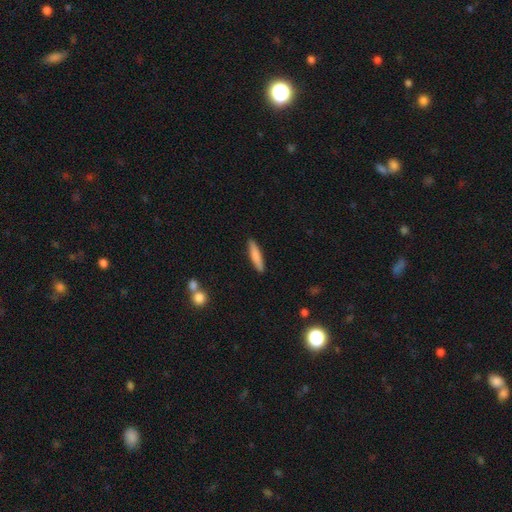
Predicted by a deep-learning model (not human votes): This appears to be a smooth galaxy with no disk features (79%) that is cigar-shaped (87%). Merging: none (89%).